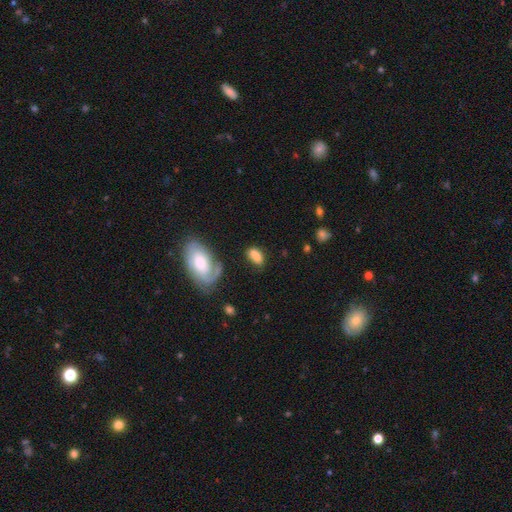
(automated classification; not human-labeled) This is likely a smooth galaxy (73%). How rounded: clearly in between (86%). Merging: possibly none (55%).